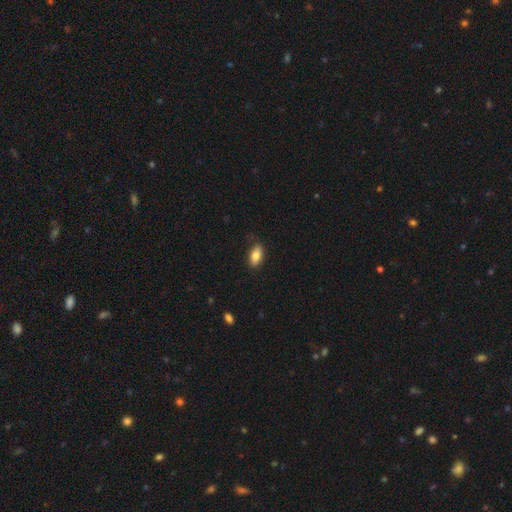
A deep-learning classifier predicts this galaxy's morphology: Overall: smooth (81%). How rounded: in between (88%). Merging: none (82%).